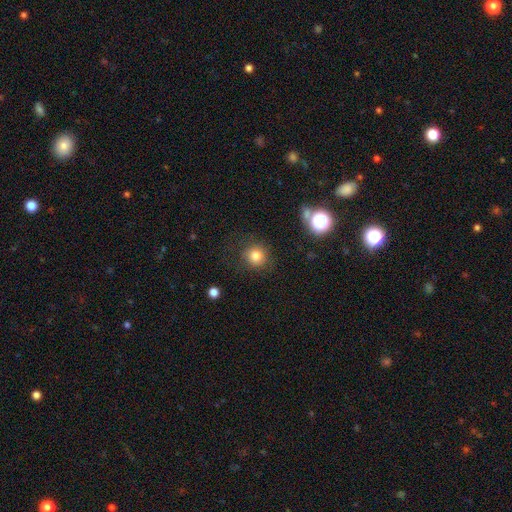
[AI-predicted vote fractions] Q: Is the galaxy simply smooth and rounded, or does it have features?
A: smooth — 79%.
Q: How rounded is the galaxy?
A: round — 91%.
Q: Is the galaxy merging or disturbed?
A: none — 83%.